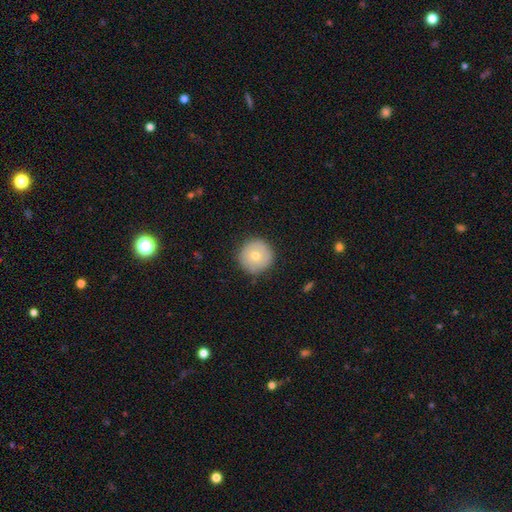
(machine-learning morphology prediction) smooth-or-featured: smooth: 71% | featured or disk: 20% | star or artifact: 8%
  how-rounded: round: 96% | in between: 3% | cigar-shaped: 1%
  merging: none: 86% | minor disturbance: 10% | major disturbance: 2% | merger: 1%